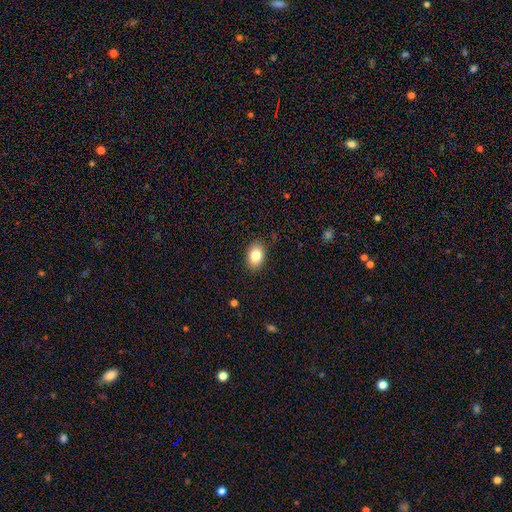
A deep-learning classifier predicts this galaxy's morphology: type=smooth (84%); roundness=in between (83%); merging=none (88%).